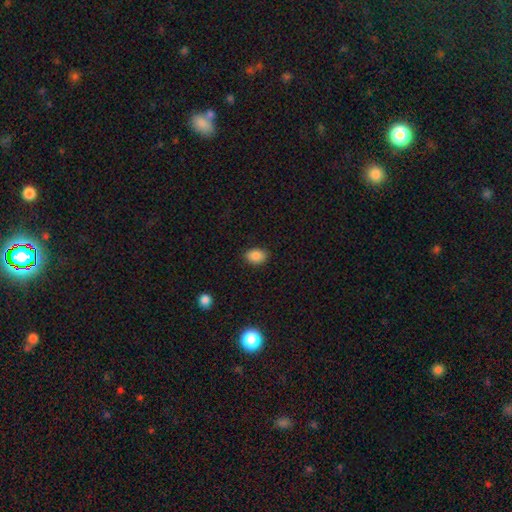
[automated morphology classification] This is clearly a smooth galaxy (87%). How rounded: likely in between (79%). Merging: clearly none (86%).